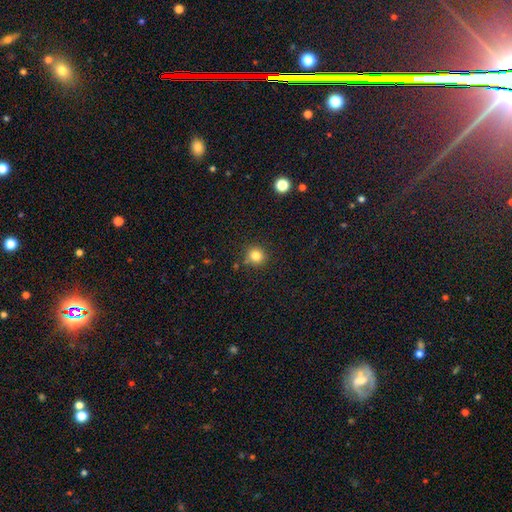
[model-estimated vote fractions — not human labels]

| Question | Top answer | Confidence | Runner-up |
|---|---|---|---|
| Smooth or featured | smooth | 82% | star or artifact (12%) |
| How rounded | round | 91% | in between (8%) |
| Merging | none | 83% | minor disturbance (9%) |